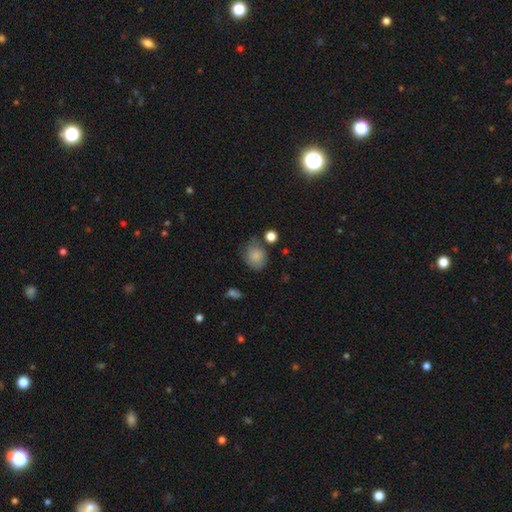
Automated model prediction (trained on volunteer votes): Smooth or featured: smooth — 80% (featured or disk — 11%)
How rounded: round — 62% (in between — 37%)
Merging: none — 55% (minor disturbance — 28%)